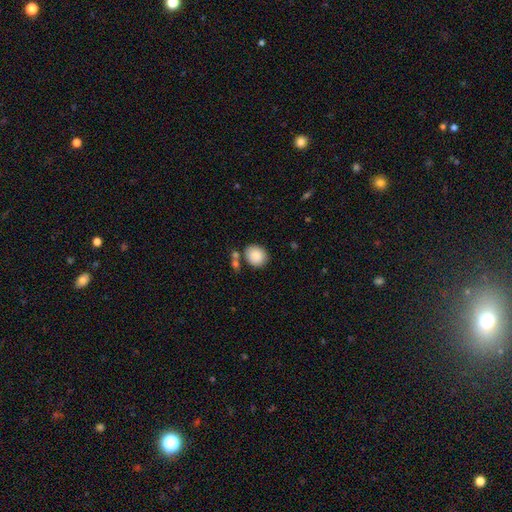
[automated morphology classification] smooth-or-featured: smooth: 87% | star or artifact: 8% | featured or disk: 5%
  how-rounded: round: 67% | in between: 32% | cigar-shaped: 1%
  merging: none: 73% | minor disturbance: 12% | merger: 11% | major disturbance: 4%